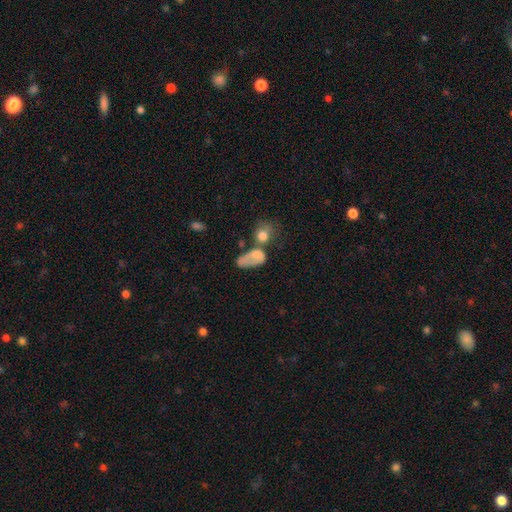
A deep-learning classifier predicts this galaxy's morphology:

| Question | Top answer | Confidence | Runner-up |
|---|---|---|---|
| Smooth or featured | smooth | 67% | featured or disk (23%) |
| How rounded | in between | 79% | round (18%) |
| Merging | merger | 37% | major disturbance (27%) |